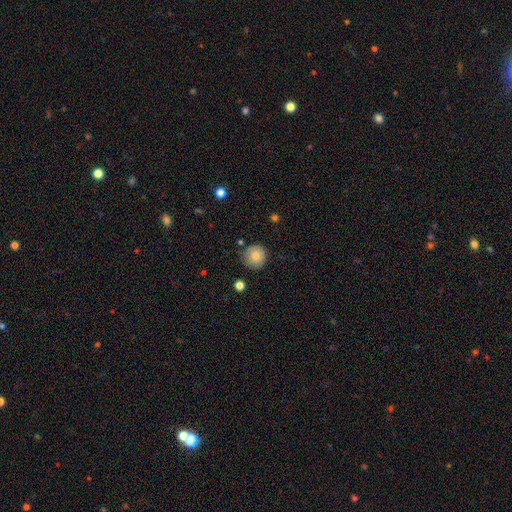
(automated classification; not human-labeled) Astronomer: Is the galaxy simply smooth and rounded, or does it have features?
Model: smooth — 80%.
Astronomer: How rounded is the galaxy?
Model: round — 94%.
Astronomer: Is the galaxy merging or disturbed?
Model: none — 81%.